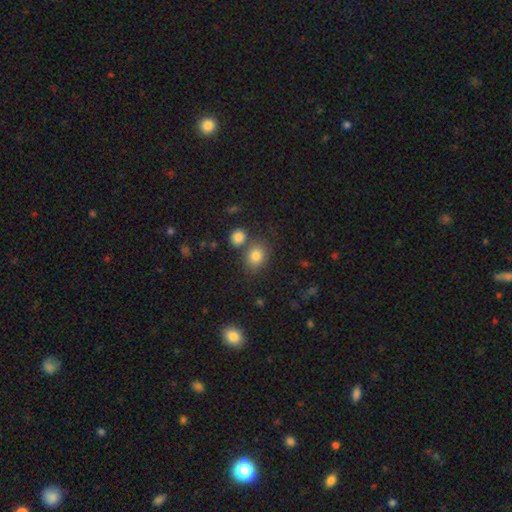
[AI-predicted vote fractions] Smooth or featured: smooth — 82% (star or artifact — 10%)
How rounded: round — 54% (in between — 44%)
Merging: none — 64% (merger — 20%)